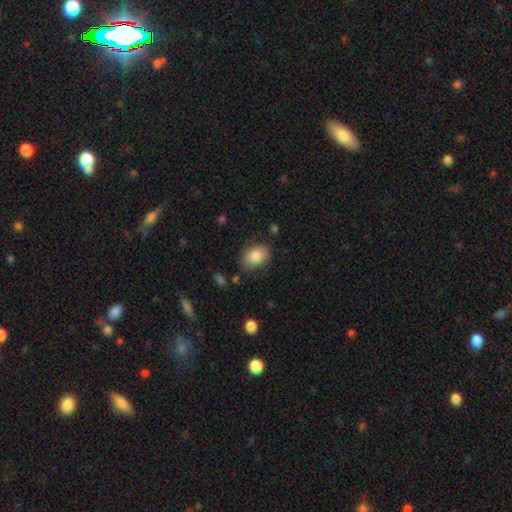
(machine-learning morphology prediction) smooth 83%, featured or disk 9%, star or artifact 8%. Down the decision tree: how rounded — in between (72%); merging — none (81%).